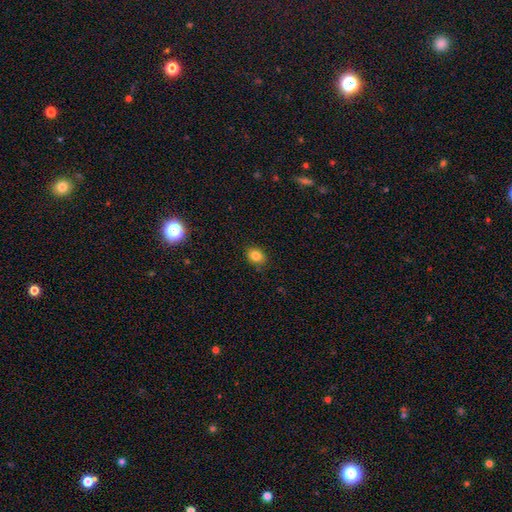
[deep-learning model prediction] Smooth or featured? Predicted: smooth (p=0.83). How rounded? Predicted: in between (p=0.54). Merging? Predicted: none (p=0.85).